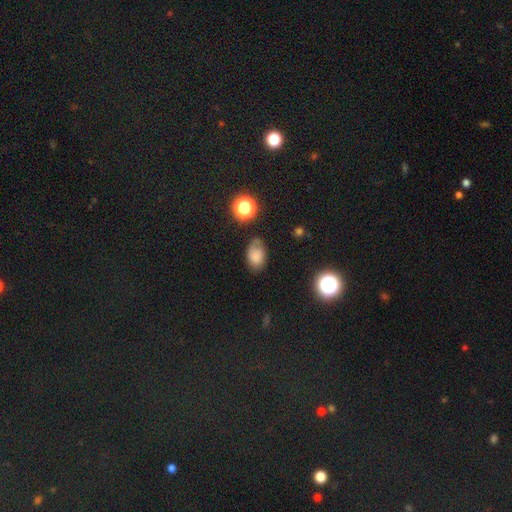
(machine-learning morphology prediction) type=smooth (75%); roundness=in between (84%); merging=none (61%).